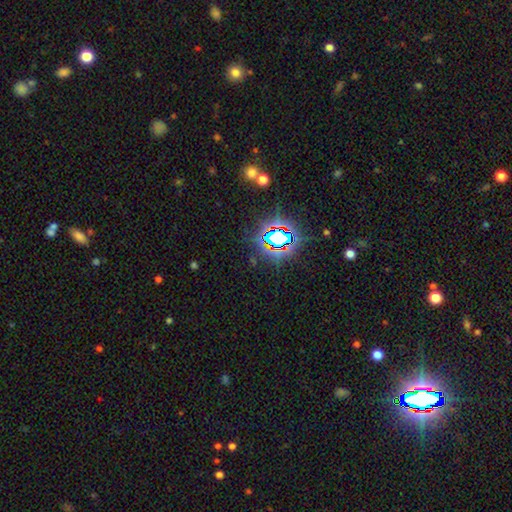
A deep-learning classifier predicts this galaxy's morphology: The model was most divided on "smooth or featured": star or artifact: 80%, smooth: 12%, featured or disk: 8%.